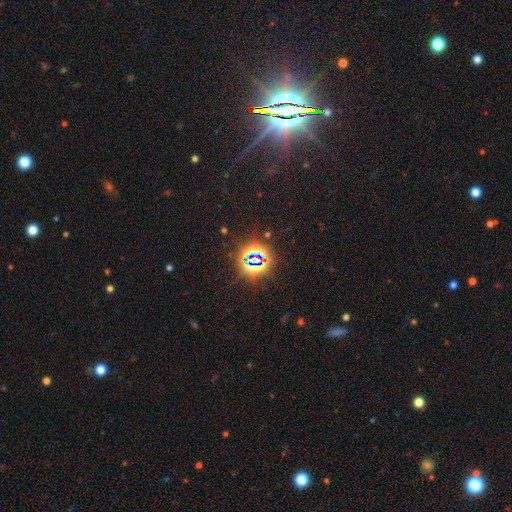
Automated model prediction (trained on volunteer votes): Overall: star or artifact (79%).